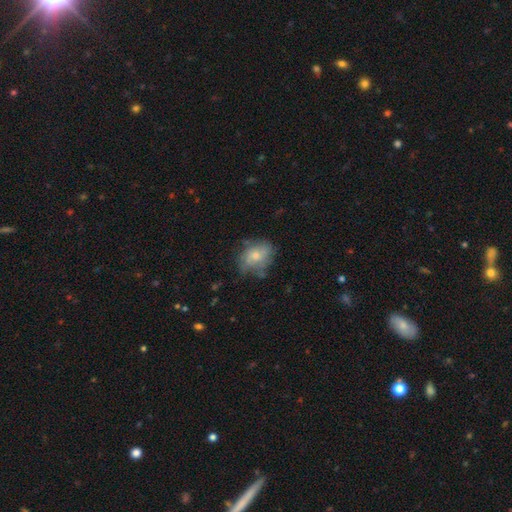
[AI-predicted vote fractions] A smooth galaxy with no disk features (57%) that is in between round and cigar-shaped (57%).

Vote fractions:
- Smooth or featured? smooth: 57% / featured or disk: 34% / star or artifact: 8%
- How rounded? in between: 57% / round: 42% / cigar-shaped: 1%
- Merging? none: 55% / minor disturbance: 29% / major disturbance: 13% / merger: 3%